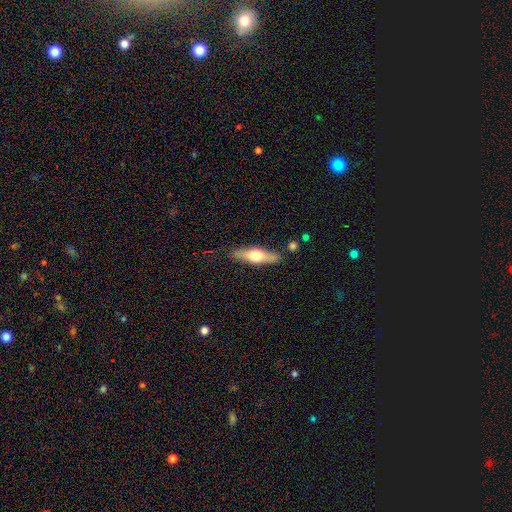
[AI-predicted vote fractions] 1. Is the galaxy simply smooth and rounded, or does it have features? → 50% featured or disk, 44% smooth, 6% star or artifact.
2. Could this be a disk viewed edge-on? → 89% yes, 11% no.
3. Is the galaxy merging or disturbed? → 83% none, 11% minor disturbance, 3% merger, 3% major disturbance.